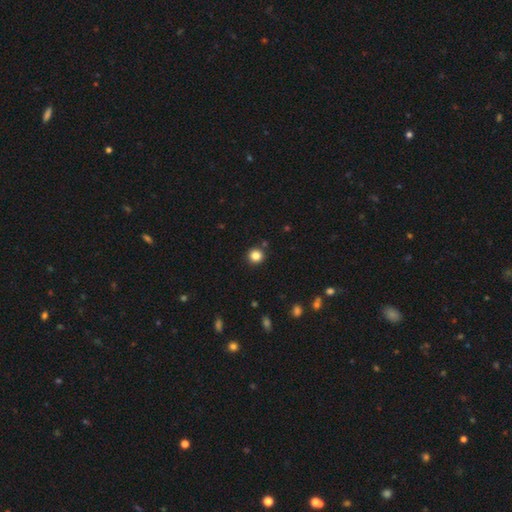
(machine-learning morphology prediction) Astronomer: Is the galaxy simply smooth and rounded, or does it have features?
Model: smooth — 84%.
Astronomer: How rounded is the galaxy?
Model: round — 93%.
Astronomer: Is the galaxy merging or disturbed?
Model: none — 89%.